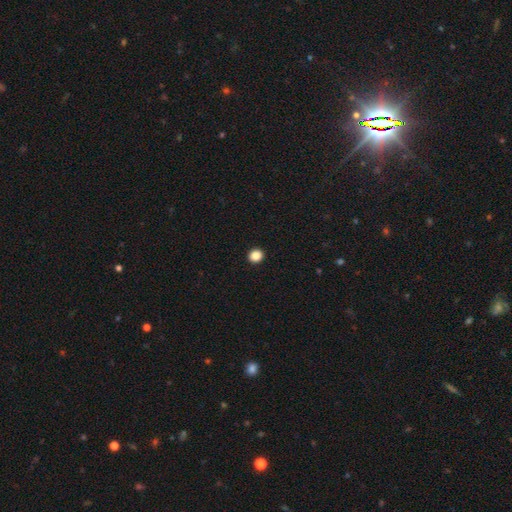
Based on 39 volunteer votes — A smooth galaxy with no disk features (92%) that is round (97%). Merging: none (97%).